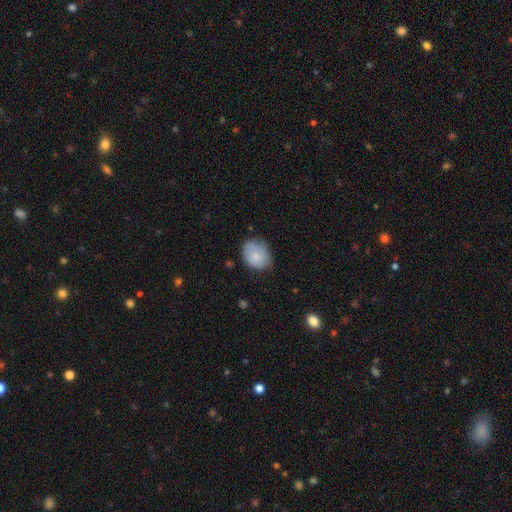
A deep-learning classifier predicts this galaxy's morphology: A smooth galaxy with no disk features (76%) that is in between round and cigar-shaped (55%).

Vote fractions:
- Smooth or featured? smooth: 76% / featured or disk: 17% / star or artifact: 7%
- How rounded? in between: 55% / round: 44% / cigar-shaped: 1%
- Merging? none: 63% / minor disturbance: 28% / major disturbance: 6% / merger: 2%